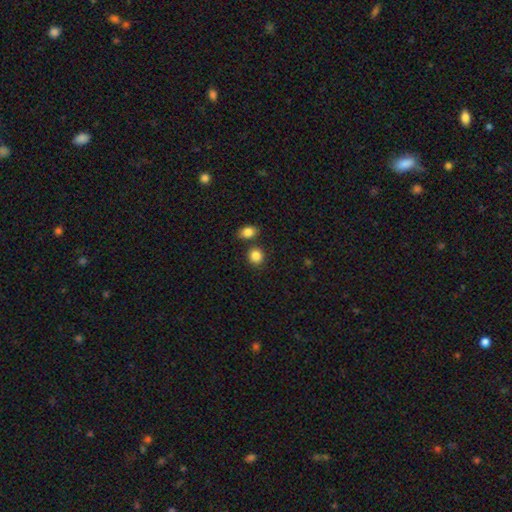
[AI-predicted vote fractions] Overall: smooth (86%). How rounded: round (83%). Merging: none (78%).